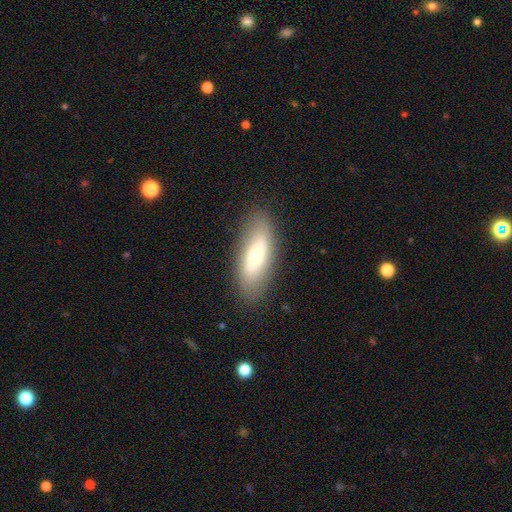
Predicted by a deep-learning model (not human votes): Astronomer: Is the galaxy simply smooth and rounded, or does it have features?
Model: smooth — 59%.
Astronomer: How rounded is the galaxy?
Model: in between — 63%.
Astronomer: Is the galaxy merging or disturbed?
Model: none — 86%.